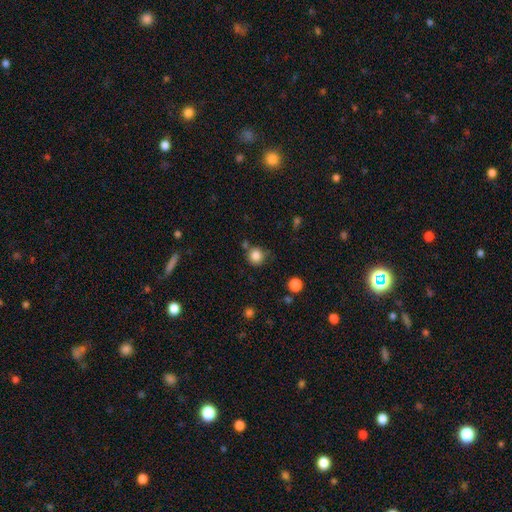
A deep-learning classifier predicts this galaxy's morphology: smooth 84%, star or artifact 11%, featured or disk 5%. Down the decision tree: how rounded — round (91%); merging — none (75%).